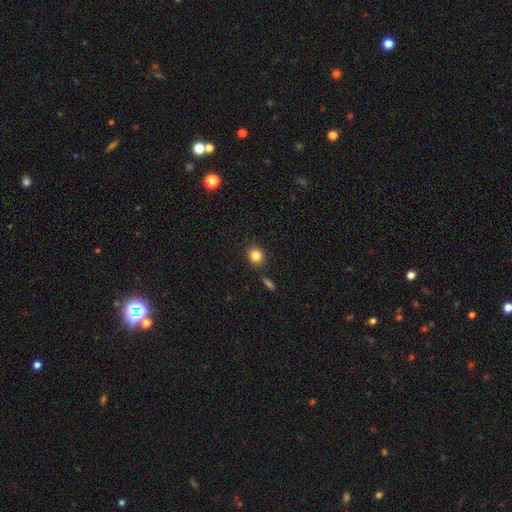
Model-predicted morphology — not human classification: smooth-or-featured: smooth: 84% | star or artifact: 10% | featured or disk: 6%
  how-rounded: round: 73% | in between: 26% | cigar-shaped: 1%
  merging: none: 86% | minor disturbance: 9% | merger: 3% | major disturbance: 2%